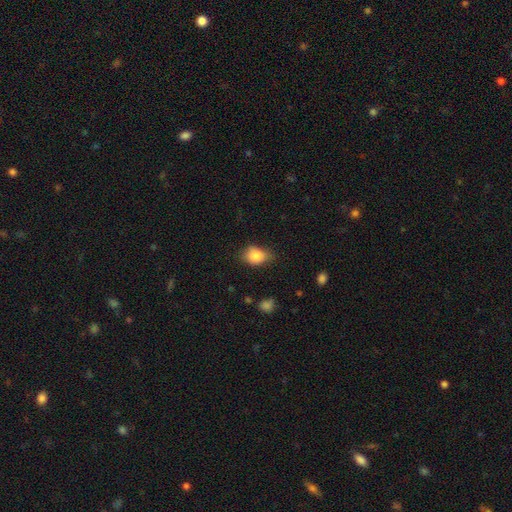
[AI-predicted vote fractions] Q: Smooth or featured?
A: smooth (84%); runner-up: star or artifact (9%)
Q: How rounded?
A: in between (65%); runner-up: round (33%)
Q: Merging?
A: none (59%); runner-up: minor disturbance (32%)